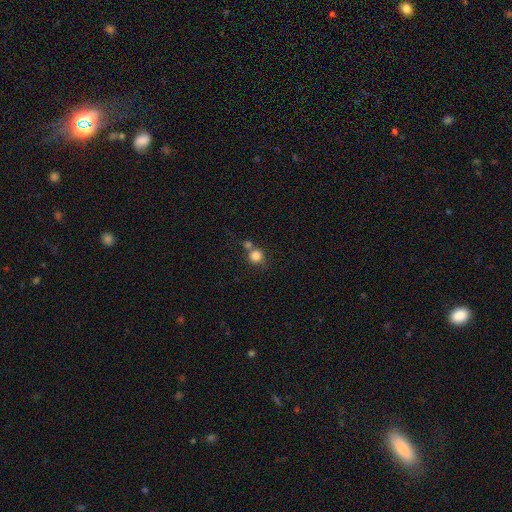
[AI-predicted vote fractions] This appears to be a smooth galaxy with no disk features (82%) that is round (91%). Merging: none (54%).